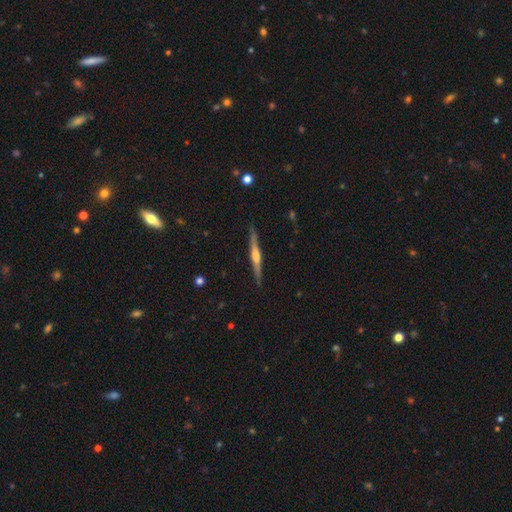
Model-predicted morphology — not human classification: Q: Smooth or featured?
A: featured or disk (71%); runner-up: smooth (24%)
Q: Edge-on disk?
A: yes (98%); runner-up: no (2%)
Q: Edge-on bulge?
A: rounded (73%); runner-up: none (14%)
Q: Merging?
A: none (88%); runner-up: minor disturbance (9%)